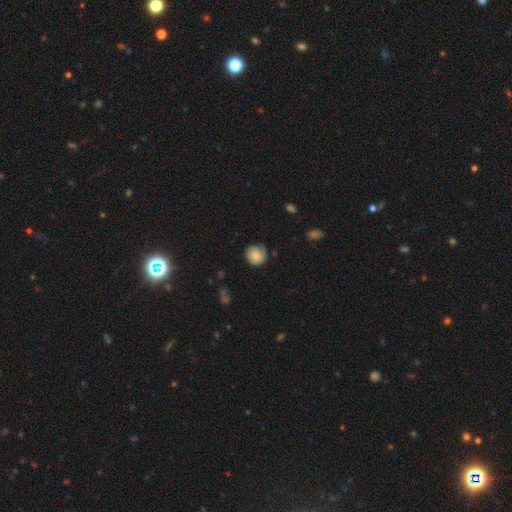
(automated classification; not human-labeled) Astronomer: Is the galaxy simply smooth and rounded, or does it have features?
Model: smooth — 80%.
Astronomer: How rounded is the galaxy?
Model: round — 91%.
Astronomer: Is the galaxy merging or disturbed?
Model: none — 74%.